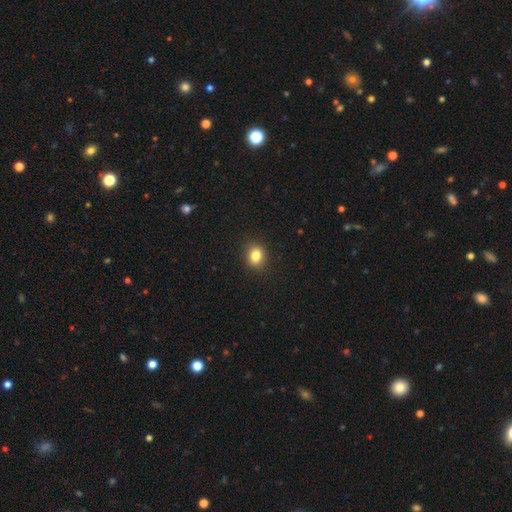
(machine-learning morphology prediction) Smooth or featured? smooth (83%)
How rounded? round (58%)
Merging? none (90%)